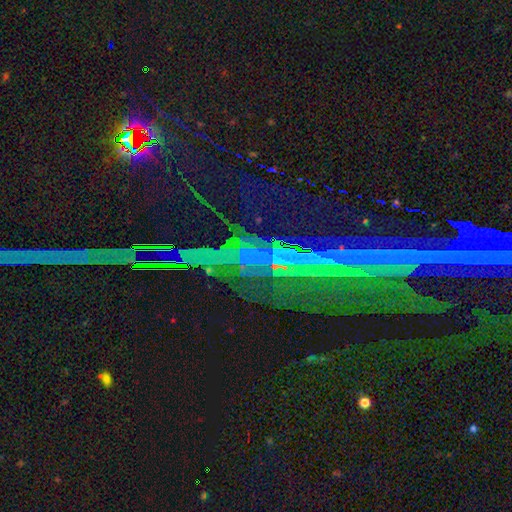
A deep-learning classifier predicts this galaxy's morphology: smooth-or-featured: star or artifact: 83% | featured or disk: 10% | smooth: 6%